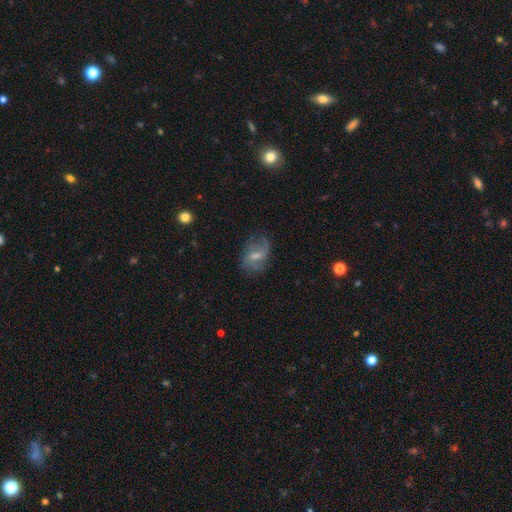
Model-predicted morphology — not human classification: This appears to be a featured or disk galaxy (62%) with a weak bar (52%), spiral arms (81%) and a moderate central bulge (45%). Merging: none (66%).